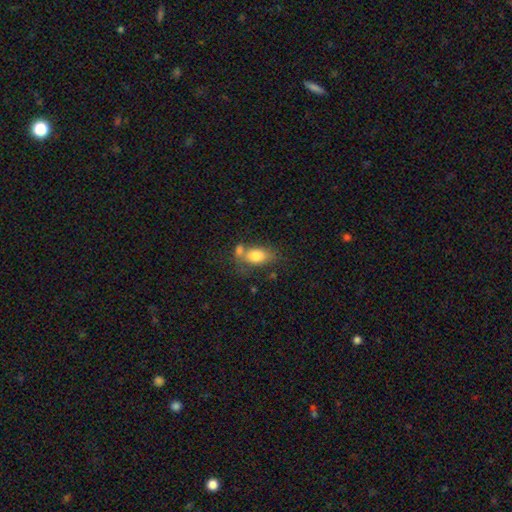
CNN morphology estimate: The model was most divided on "merging": none: 43%, merger: 33%, minor disturbance: 17%, major disturbance: 8%. More confident: how rounded — in between (86%); smooth or featured — smooth (79%).